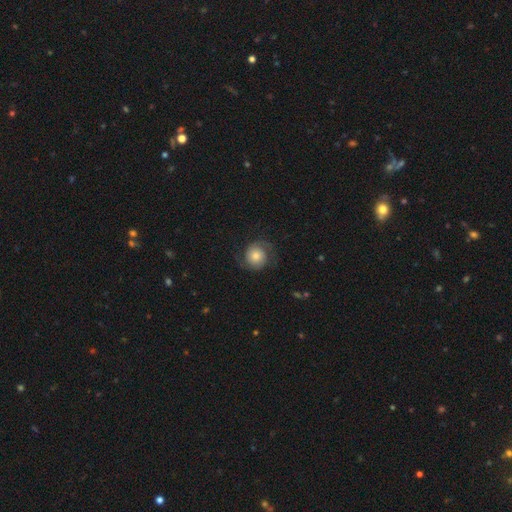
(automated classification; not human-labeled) A featured or disk galaxy (60%) with no bar (79%), 2 (88%) medium (43%) spiral arms (92%) and a moderate central bulge (48%).

Vote fractions:
- Smooth or featured? featured or disk: 60% / smooth: 32% / star or artifact: 8%
- Edge-on disk? no: 98% / yes: 2%
- Bar? no: 79% / weak: 18% / strong: 3%
- Spiral arms? yes: 92% / no: 8%
- Spiral winding? medium: 43% / tight: 31% / loose: 26%
- Spiral arm count? 2: 88% / can't tell: 5% / 1: 3% / 3: 2% / 4: 1% / more than 4: 1%
- Bulge size? moderate: 48% / small: 26% / large: 17% / dominant: 5% / none: 4%
- Merging? none: 75% / minor disturbance: 15% / major disturbance: 9% / merger: 1%